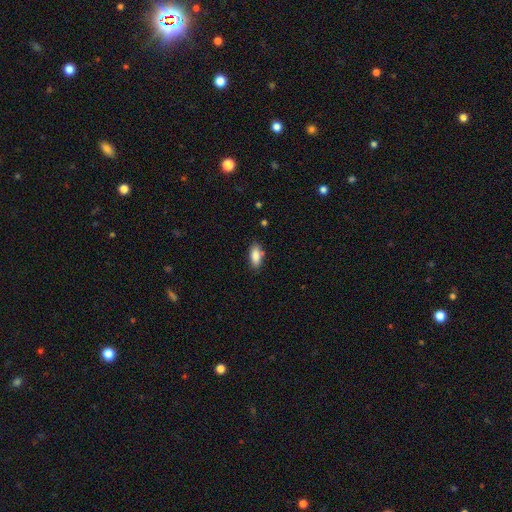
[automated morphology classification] smooth 86%, star or artifact 7%, featured or disk 6%. Down the decision tree: how rounded — in between (85%); merging — none (80%).